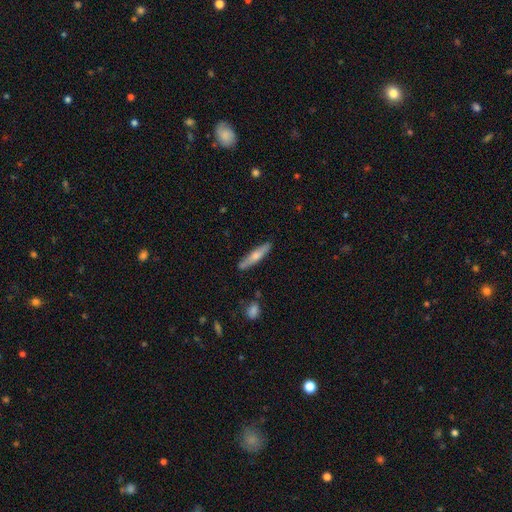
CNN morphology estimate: A smooth galaxy with no disk features (58%) that is cigar-shaped (86%).

Vote fractions:
- Smooth or featured? smooth: 58% / featured or disk: 37% / star or artifact: 6%
- How rounded? cigar-shaped: 86% / in between: 12% / round: 2%
- Merging? none: 83% / minor disturbance: 11% / merger: 3% / major disturbance: 2%